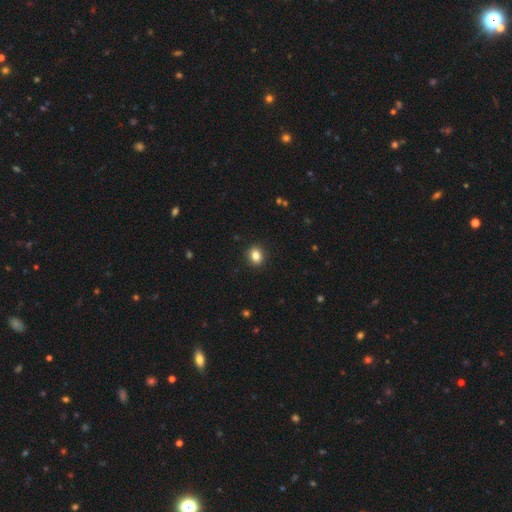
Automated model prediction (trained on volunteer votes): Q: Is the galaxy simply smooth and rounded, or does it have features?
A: smooth — 84%.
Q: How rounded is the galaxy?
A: round — 52%.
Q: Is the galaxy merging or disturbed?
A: none — 90%.